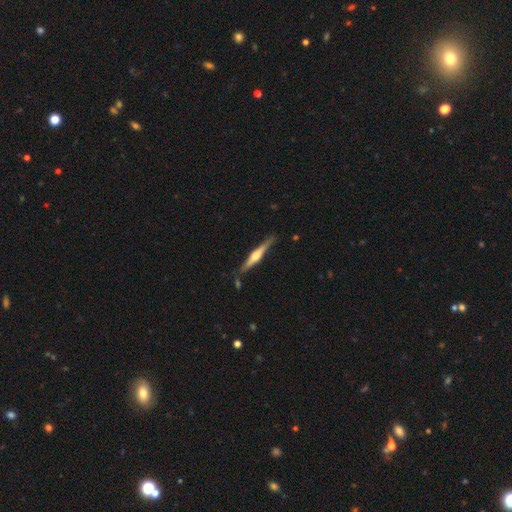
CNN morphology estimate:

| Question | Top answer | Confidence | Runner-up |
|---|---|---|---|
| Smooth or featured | featured or disk | 68% | smooth (27%) |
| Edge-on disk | yes | 97% | no (3%) |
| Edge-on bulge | rounded | 83% | boxy (11%) |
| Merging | none | 81% | minor disturbance (13%) |